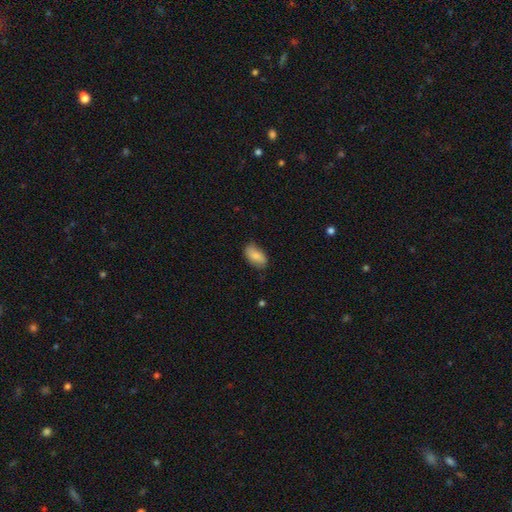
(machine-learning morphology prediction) Smooth or featured: smooth — 83% (featured or disk — 10%)
How rounded: in between — 92% (round — 4%)
Merging: none — 72% (minor disturbance — 23%)